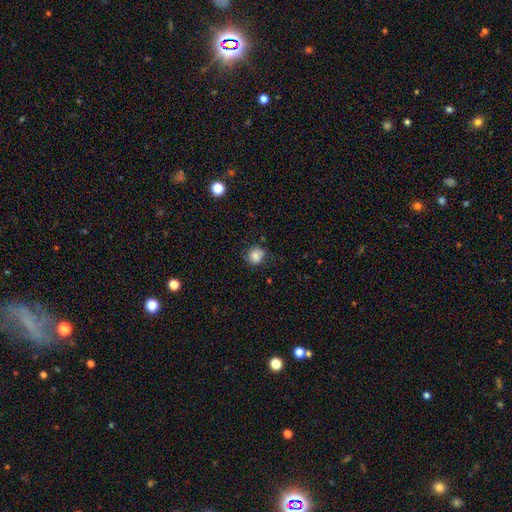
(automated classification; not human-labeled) Smooth or featured?
  - smooth: 81% *
  - star or artifact: 10%
  - featured or disk: 9%
How rounded?
  - round: 82% *
  - in between: 17%
  - cigar-shaped: 1%
Merging?
  - none: 73% *
  - minor disturbance: 20%
  - major disturbance: 6%
  - merger: 2%